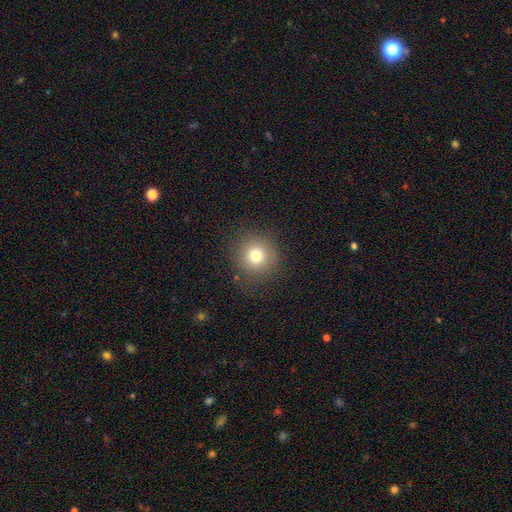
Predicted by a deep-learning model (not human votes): Overall: smooth (76%). How rounded: round (92%). Merging: none (87%).